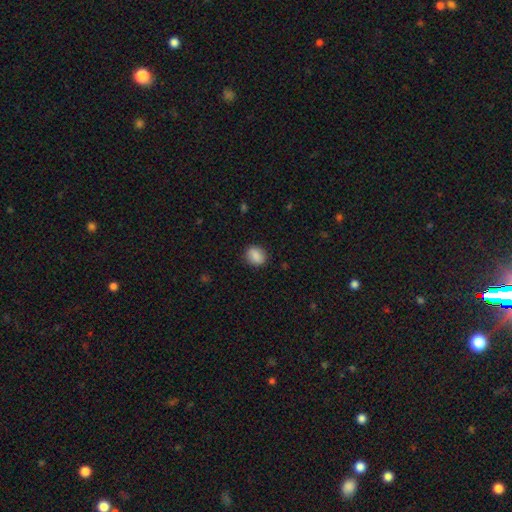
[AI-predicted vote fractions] Overall: smooth (87%). How rounded: round (53%; in between 45%). Merging: none (87%).